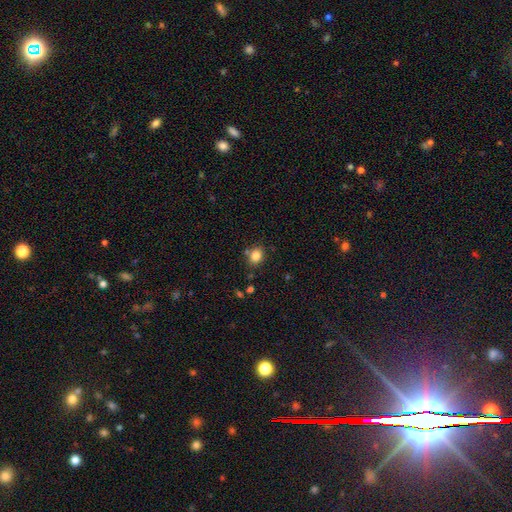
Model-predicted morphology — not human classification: Q: Smooth or featured?
A: smooth (82%); runner-up: star or artifact (11%)
Q: How rounded?
A: in between (54%); runner-up: round (45%)
Q: Merging?
A: none (76%); runner-up: minor disturbance (13%)